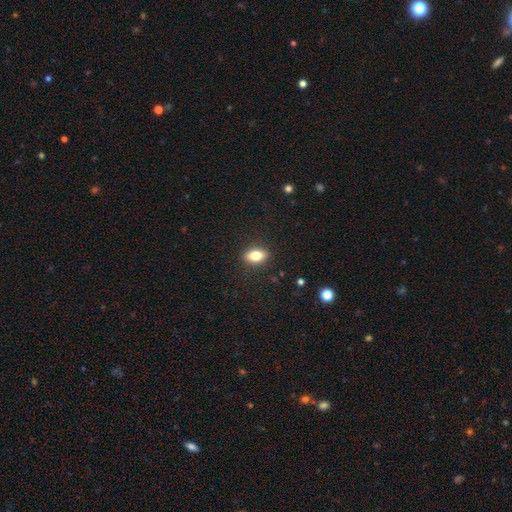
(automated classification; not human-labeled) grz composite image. It shows a smooth galaxy with no disk features (80%) that is in between round and cigar-shaped (83%). Merging: none (88%).